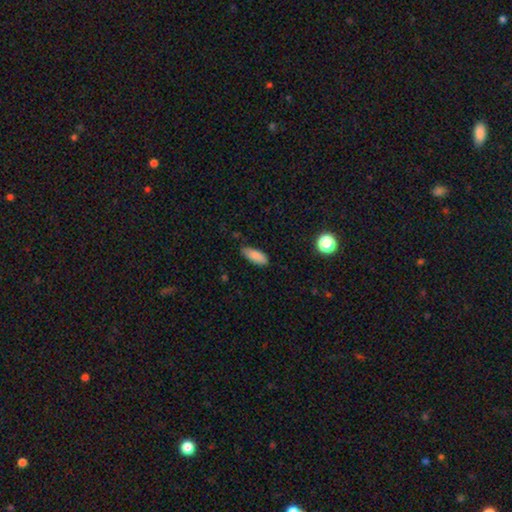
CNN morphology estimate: Overall: smooth (85%). How rounded: in between (82%). Merging: none (73%).